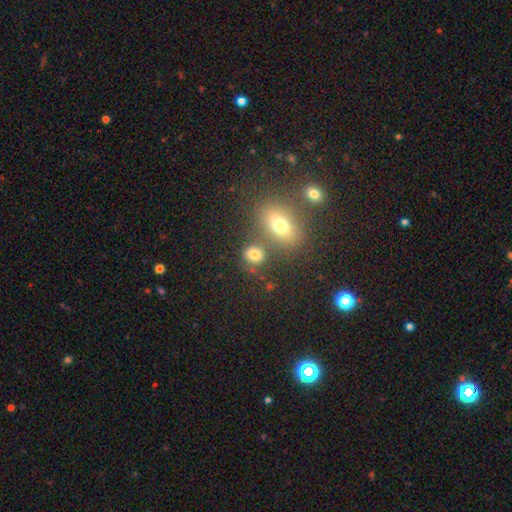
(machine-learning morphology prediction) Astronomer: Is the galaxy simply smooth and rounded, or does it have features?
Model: smooth — 75%.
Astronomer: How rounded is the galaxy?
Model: round — 58% (runner-up: in between, 40%).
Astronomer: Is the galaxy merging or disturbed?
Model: none — 64%.